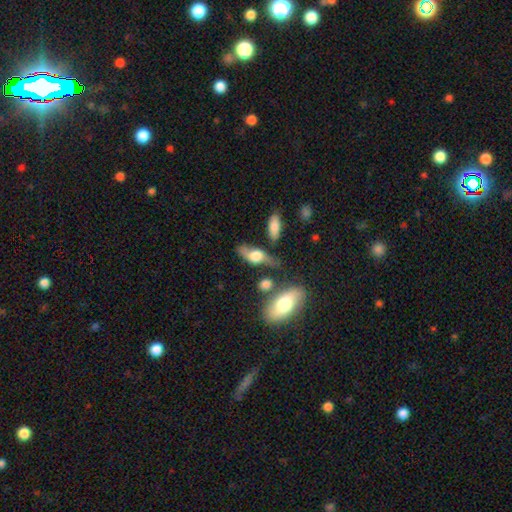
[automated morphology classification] Q: Smooth or featured?
A: featured or disk (55%); runner-up: smooth (37%)
Q: Edge-on disk?
A: yes (59%); runner-up: no (41%)
Q: Merging?
A: none (57%); runner-up: minor disturbance (23%)